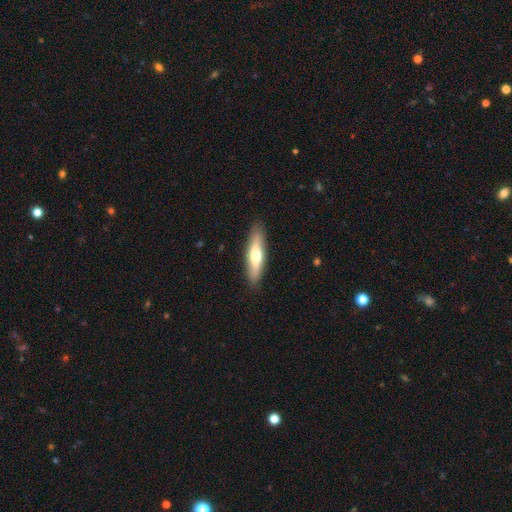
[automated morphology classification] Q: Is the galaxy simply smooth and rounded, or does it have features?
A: smooth — 53%.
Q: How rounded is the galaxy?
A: cigar-shaped — 71%.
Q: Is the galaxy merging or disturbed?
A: none — 88%.